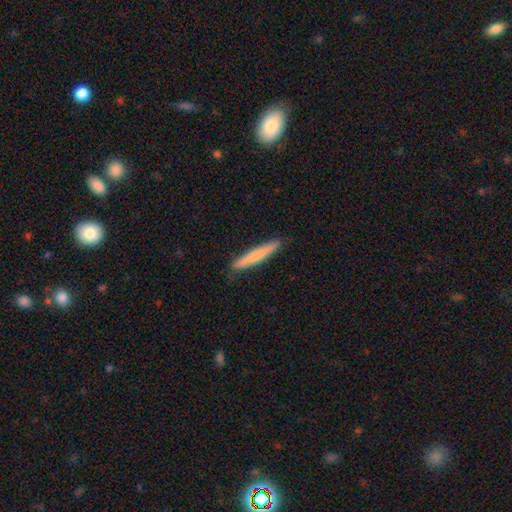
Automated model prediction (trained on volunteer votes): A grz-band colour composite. It shows a smooth galaxy with no disk features (68%) that is cigar-shaped (95%). Merging: none (90%).